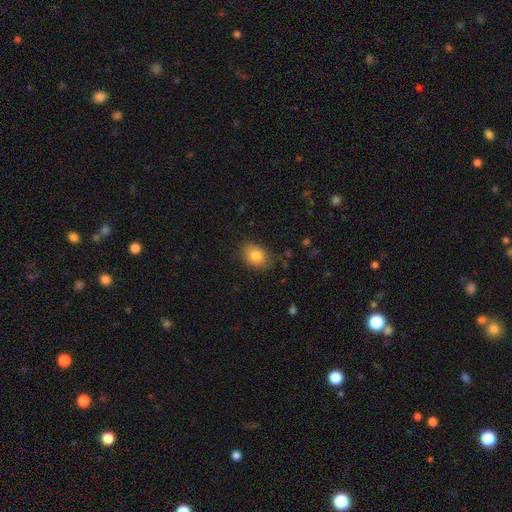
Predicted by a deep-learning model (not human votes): smooth_or_featured: smooth (p=0.83) [alt: star or artifact p=0.09]
how_rounded: in between (p=0.69) [alt: round p=0.30]
merging: none (p=0.79) [alt: minor disturbance p=0.16]